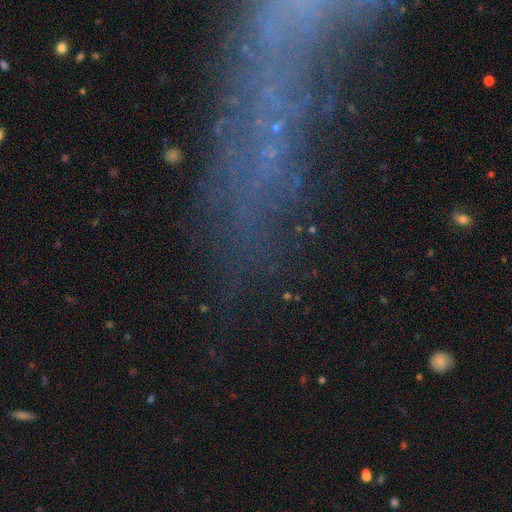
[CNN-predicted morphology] A featured or disk galaxy (41%). Merging: none (58%).